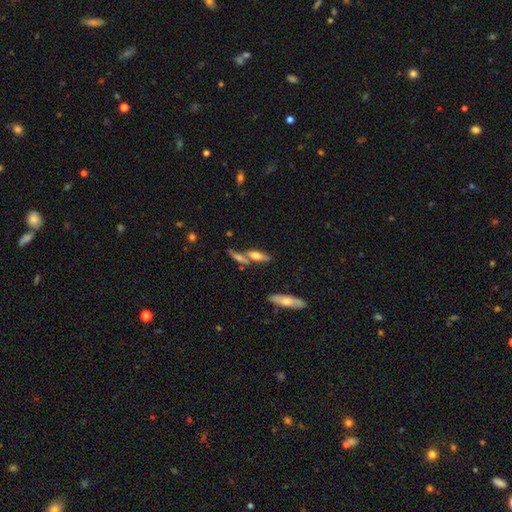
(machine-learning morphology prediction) A smooth galaxy with no disk features (46%).

Vote fractions:
- Smooth or featured? smooth: 46% / featured or disk: 45% / star or artifact: 9%
- Merging? none: 53% / merger: 29% / minor disturbance: 13% / major disturbance: 5%